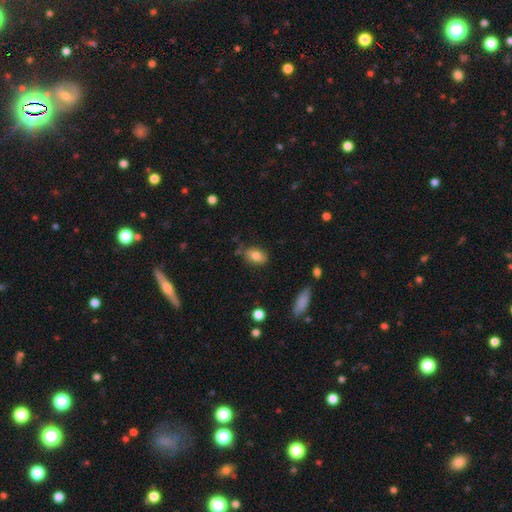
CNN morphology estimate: The model was most divided on "merging": none: 77%, minor disturbance: 16%, merger: 3%, major disturbance: 3%. More confident: how rounded — in between (82%); smooth or featured — smooth (80%).